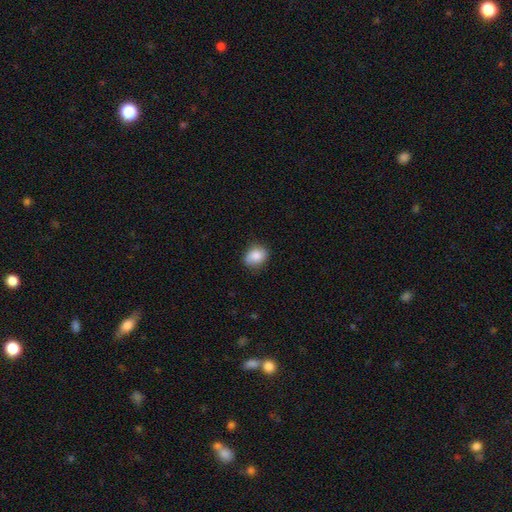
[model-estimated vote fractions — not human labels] Overall: smooth (86%). How rounded: in between (55%; round 44%). Merging: none (79%).